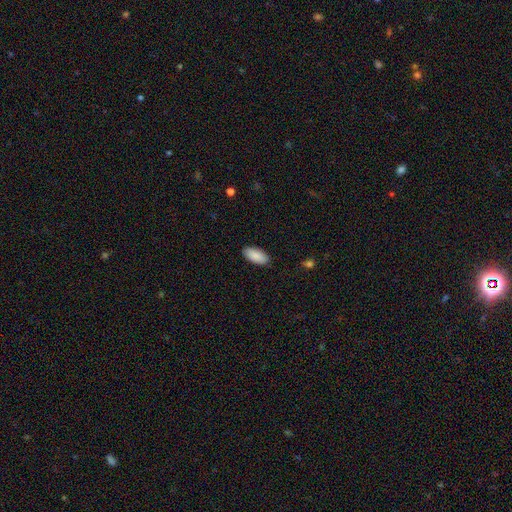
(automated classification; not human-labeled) smooth_or_featured: smooth (p=0.90) [alt: star or artifact p=0.06]
how_rounded: in between (p=0.93) [alt: cigar-shaped p=0.05]
merging: none (p=0.89) [alt: minor disturbance p=0.08]